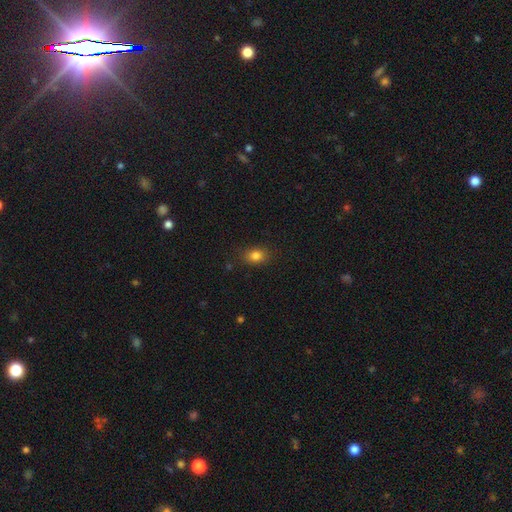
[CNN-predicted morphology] Smooth or featured: smooth — 81% (star or artifact — 12%)
How rounded: in between — 67% (round — 31%)
Merging: none — 84% (minor disturbance — 12%)